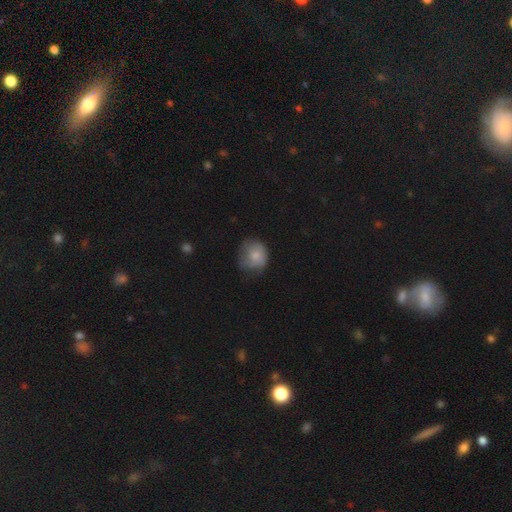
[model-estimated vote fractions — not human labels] smooth_or_featured: smooth (p=0.70) [alt: featured or disk p=0.22]
how_rounded: round (p=0.75) [alt: in between p=0.24]
merging: none (p=0.55) [alt: minor disturbance p=0.31]